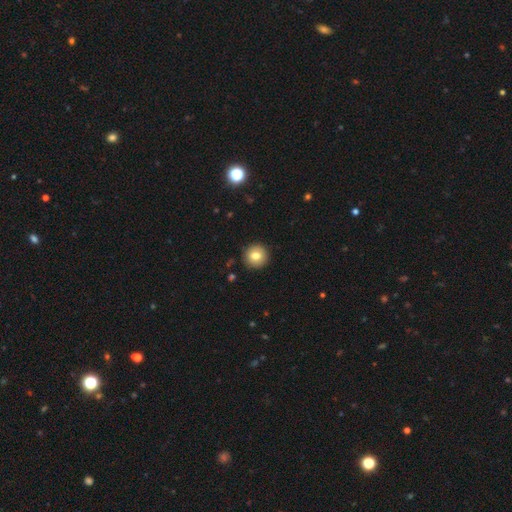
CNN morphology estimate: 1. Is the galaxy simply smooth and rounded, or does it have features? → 80% smooth, 10% featured or disk, 10% star or artifact.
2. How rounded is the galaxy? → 95% round, 4% in between, 1% cigar-shaped.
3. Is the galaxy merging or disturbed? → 92% none, 6% minor disturbance, 2% major disturbance, 1% merger.